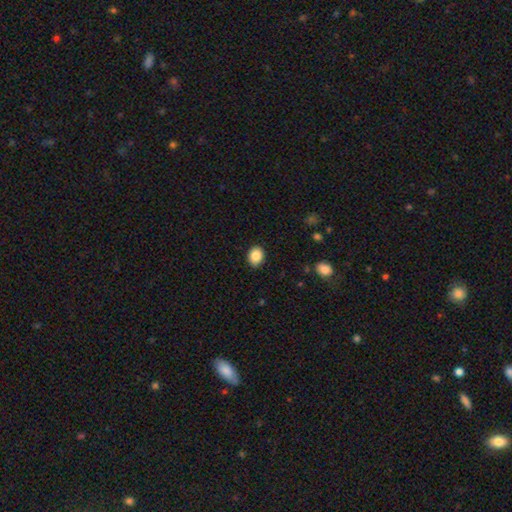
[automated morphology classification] This is clearly a smooth galaxy (87%). How rounded: possibly in between (57%). Merging: clearly none (88%).